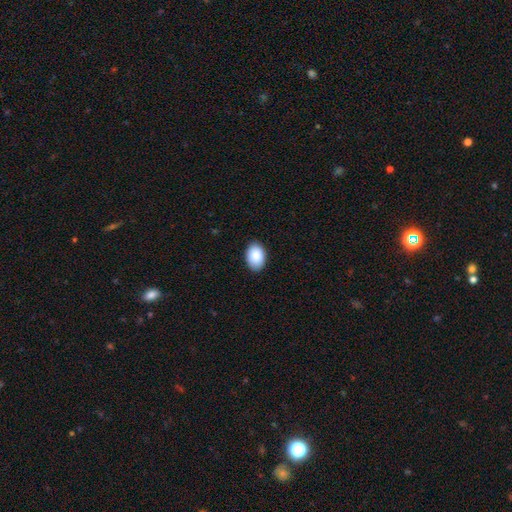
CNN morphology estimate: Smooth or featured? smooth (90%)
How rounded? in between (89%)
Merging? none (88%)